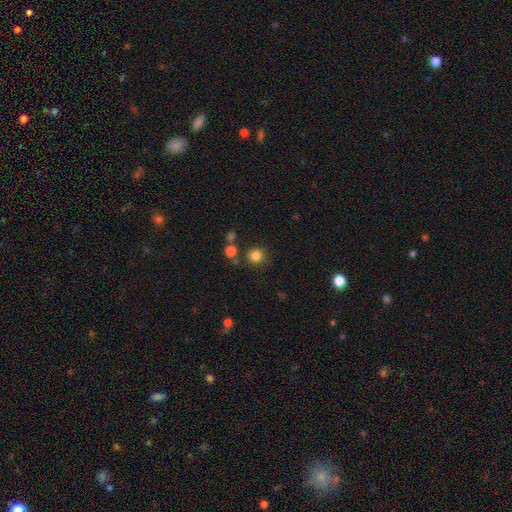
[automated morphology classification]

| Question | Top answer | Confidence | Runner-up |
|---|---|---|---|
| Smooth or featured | smooth | 83% | star or artifact (13%) |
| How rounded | round | 92% | in between (7%) |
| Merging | none | 80% | minor disturbance (9%) |